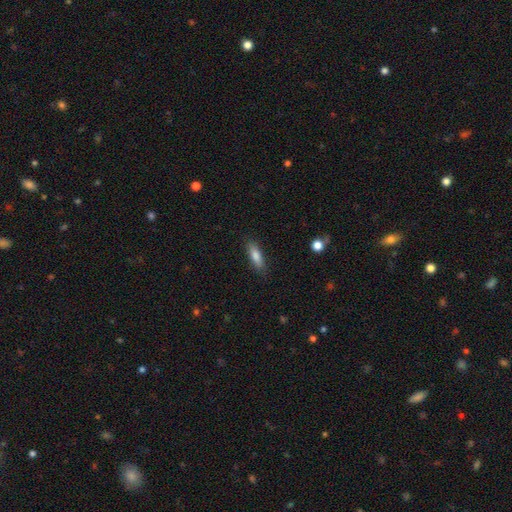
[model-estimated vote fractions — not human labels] This appears to be a smooth galaxy with no disk features (80%) that is cigar-shaped (50%). Merging: none (83%).